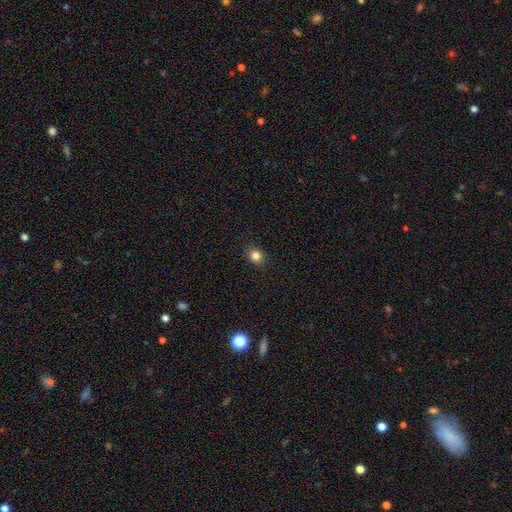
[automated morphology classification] Q: Smooth or featured?
A: smooth (83%); runner-up: star or artifact (12%)
Q: How rounded?
A: round (76%); runner-up: in between (23%)
Q: Merging?
A: none (90%); runner-up: minor disturbance (7%)